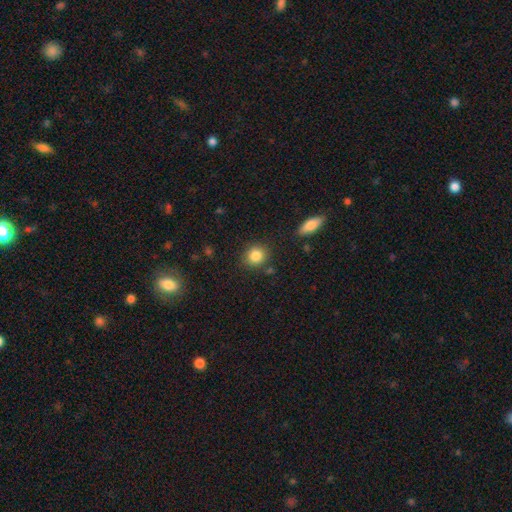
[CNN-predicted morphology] A smooth galaxy with no disk features (85%) that is round (81%). Merging: none (84%).